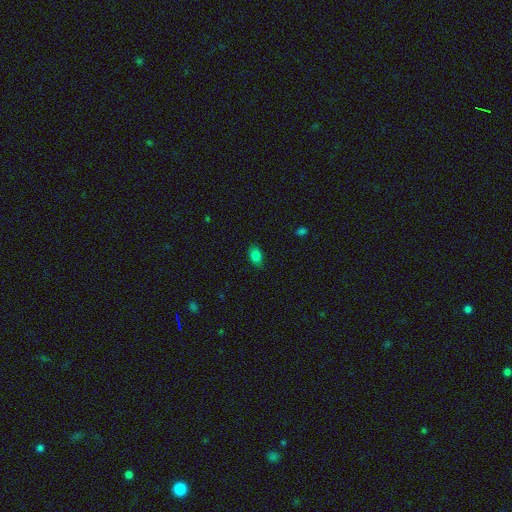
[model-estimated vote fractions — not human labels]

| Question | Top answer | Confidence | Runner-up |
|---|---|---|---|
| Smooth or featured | smooth | 82% | star or artifact (12%) |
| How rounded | in between | 83% | round (14%) |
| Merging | none | 83% | minor disturbance (13%) |